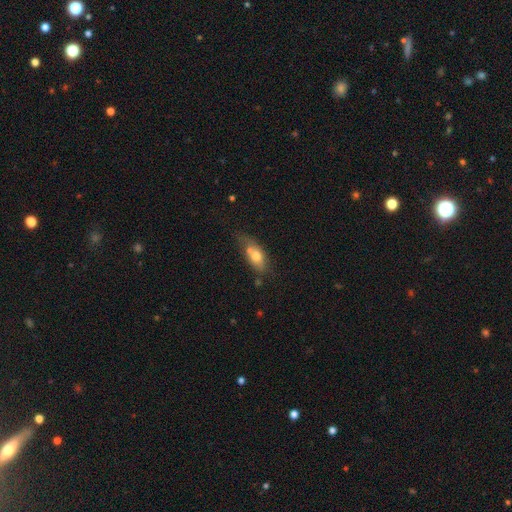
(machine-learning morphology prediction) A smooth galaxy with no disk features (68%) that is in between round and cigar-shaped (77%).

Vote fractions:
- Smooth or featured? smooth: 68% / featured or disk: 24% / star or artifact: 8%
- How rounded? in between: 77% / cigar-shaped: 14% / round: 9%
- Merging? none: 38% / merger: 32% / minor disturbance: 21% / major disturbance: 9%